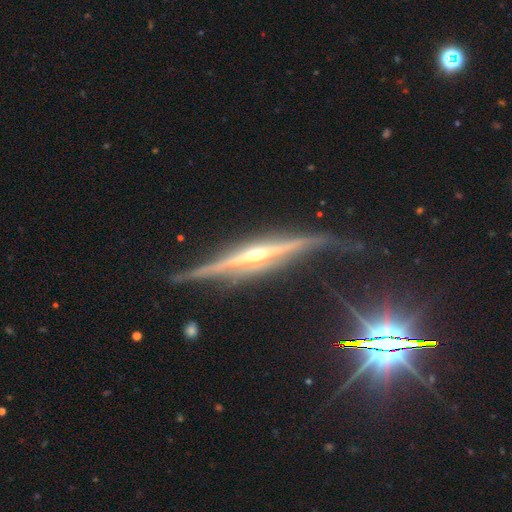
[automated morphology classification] featured or disk 86%, star or artifact 8%, smooth 6%. Down the decision tree: edge-on disk — yes (96%); edge-on bulge — rounded (72%); merging — none (78%).